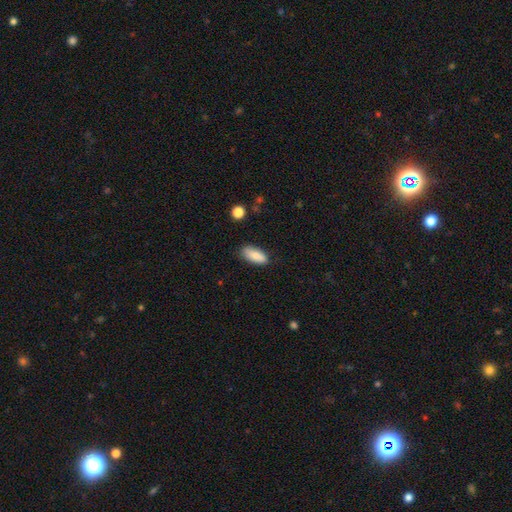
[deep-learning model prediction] smooth_or_featured: smooth (p=0.86) [alt: featured or disk p=0.08]
how_rounded: in between (p=0.79) [alt: cigar-shaped p=0.19]
merging: none (p=0.83) [alt: minor disturbance p=0.13]